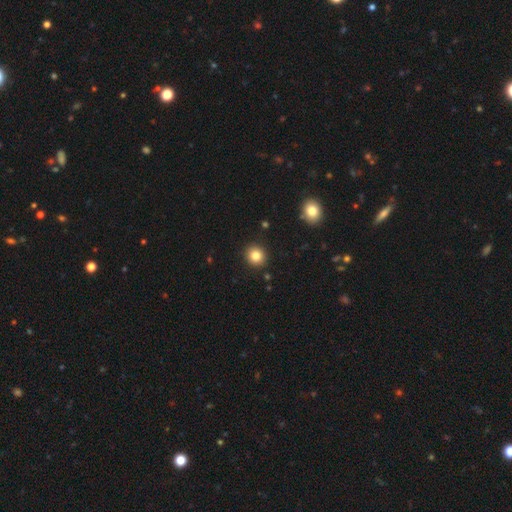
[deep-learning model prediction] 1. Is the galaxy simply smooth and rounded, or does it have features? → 83% smooth, 11% star or artifact, 6% featured or disk.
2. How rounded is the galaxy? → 89% round, 10% in between, 1% cigar-shaped.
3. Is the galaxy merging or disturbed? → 92% none, 5% minor disturbance, 2% major disturbance, 1% merger.